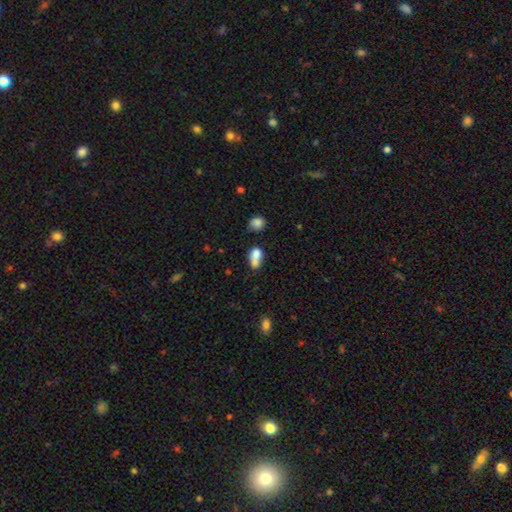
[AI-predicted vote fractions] smooth 75%, featured or disk 15%, star or artifact 10%. Down the decision tree: how rounded — in between (59%); merging — merger (59%).